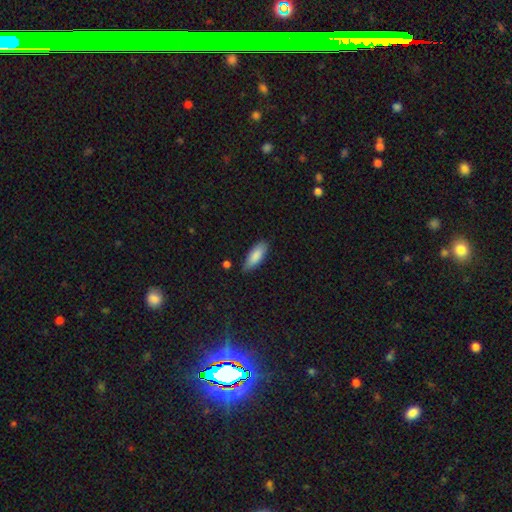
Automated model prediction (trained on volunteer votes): smooth_or_featured: smooth (p=0.86) [alt: featured or disk p=0.08]
how_rounded: in between (p=0.74) [alt: cigar-shaped p=0.25]
merging: none (p=0.79) [alt: minor disturbance p=0.17]